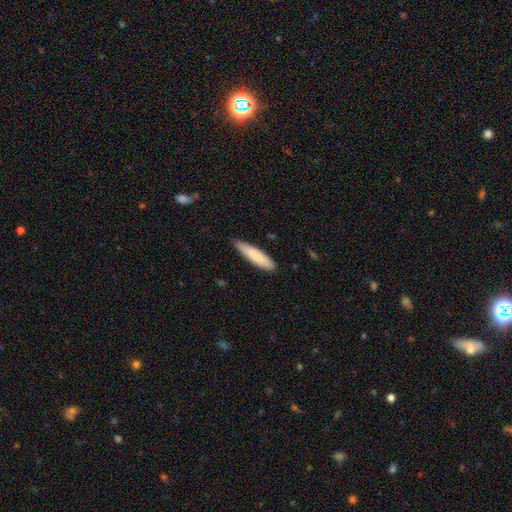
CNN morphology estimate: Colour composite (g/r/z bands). It shows a smooth galaxy with no disk features (84%) that is cigar-shaped (78%). Merging: none (83%).